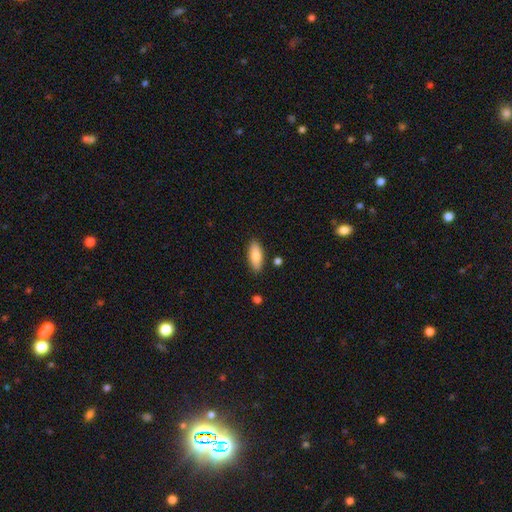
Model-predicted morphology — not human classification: A smooth galaxy with no disk features (83%) that is in between round and cigar-shaped (76%). Merging: none (86%).